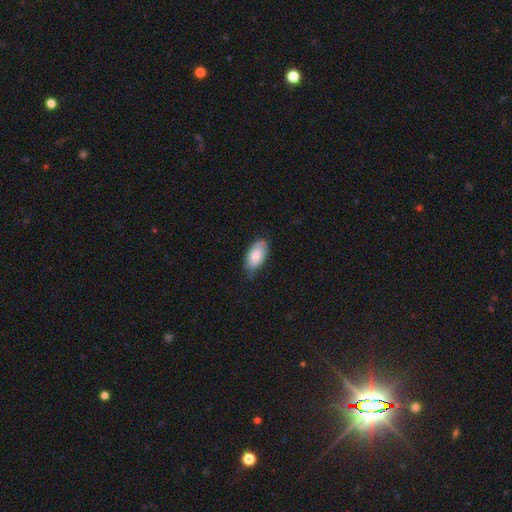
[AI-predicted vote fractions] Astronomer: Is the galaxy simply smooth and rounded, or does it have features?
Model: smooth — 80%.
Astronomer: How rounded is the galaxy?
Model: in between — 93%.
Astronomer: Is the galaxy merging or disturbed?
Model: none — 69%.